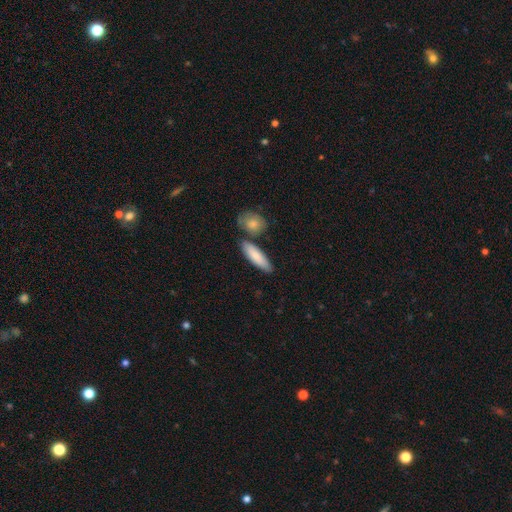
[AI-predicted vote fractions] Morphology: type=smooth (82%); roundness=cigar-shaped (50%); merging=none (72%).